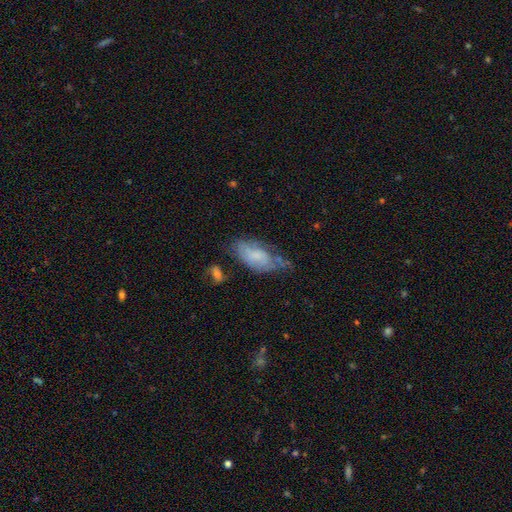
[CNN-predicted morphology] smooth_or_featured: smooth (p=0.58) [alt: featured or disk p=0.34]
how_rounded: in between (p=0.89) [alt: cigar-shaped p=0.08]
merging: minor disturbance (p=0.37) [alt: none p=0.34]